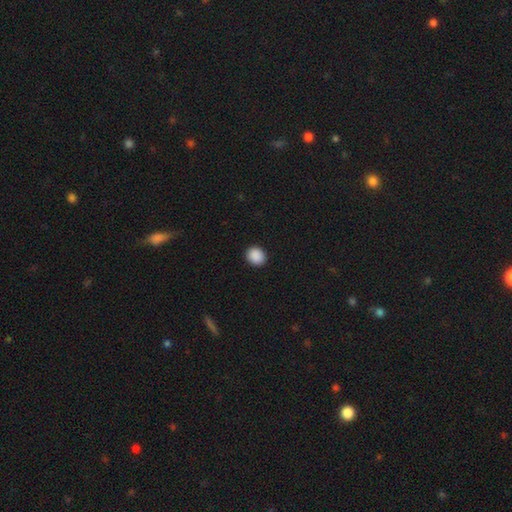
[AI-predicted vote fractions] Smooth or featured: smooth — 90% (star or artifact — 8%)
How rounded: round — 74% (in between — 25%)
Merging: none — 92% (minor disturbance — 5%)